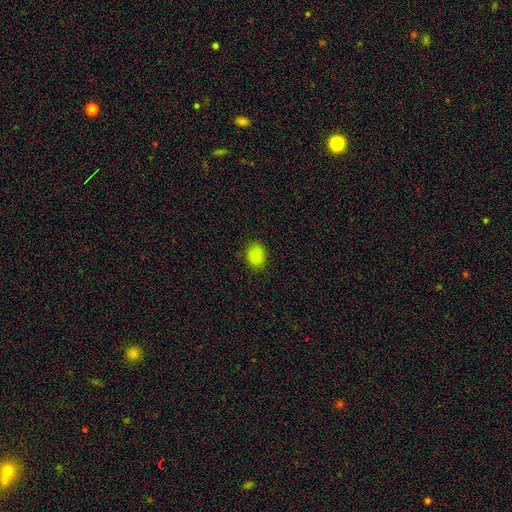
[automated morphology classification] smooth 86%, star or artifact 11%, featured or disk 3%. Down the decision tree: how rounded — in between (61%); merging — none (84%).